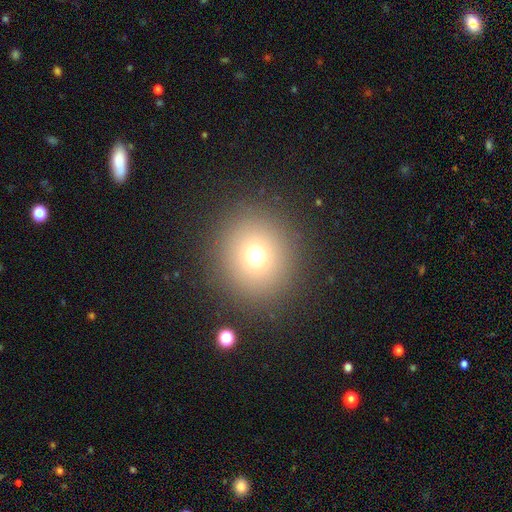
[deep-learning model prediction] The model was most divided on "smooth or featured": smooth: 70%, star or artifact: 20%, featured or disk: 10%. More confident: how rounded — round (91%); merging — none (89%).